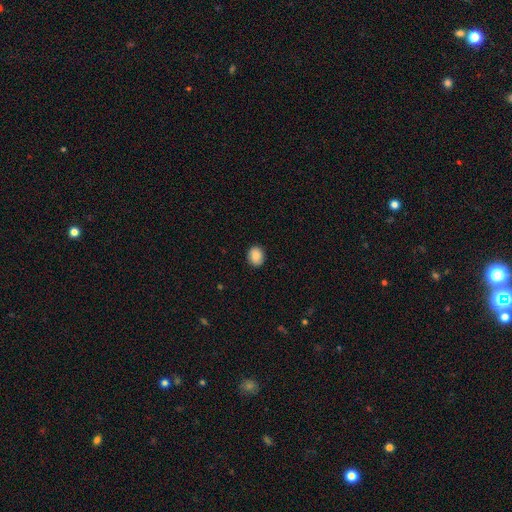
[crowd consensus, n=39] smooth 90%, featured or disk 8%, star or artifact 3%. Down the decision tree: how rounded — round (63%); merging — none (95%).